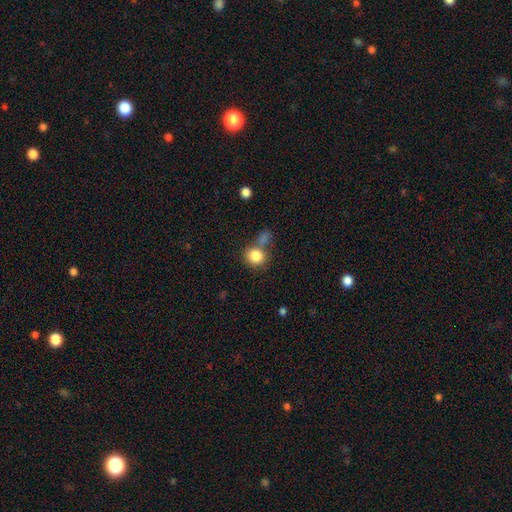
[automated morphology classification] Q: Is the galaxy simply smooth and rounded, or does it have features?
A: smooth — 83%.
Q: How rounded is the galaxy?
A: round — 82%.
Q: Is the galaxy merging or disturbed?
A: none — 56%.